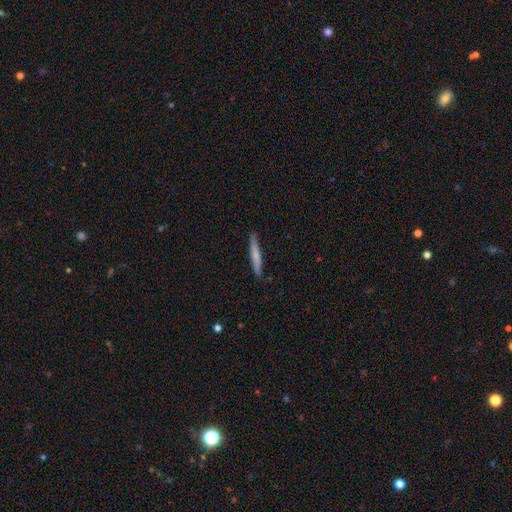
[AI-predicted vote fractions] smooth 67%, featured or disk 27%, star or artifact 5%. Down the decision tree: how rounded — cigar-shaped (96%); merging — none (89%).